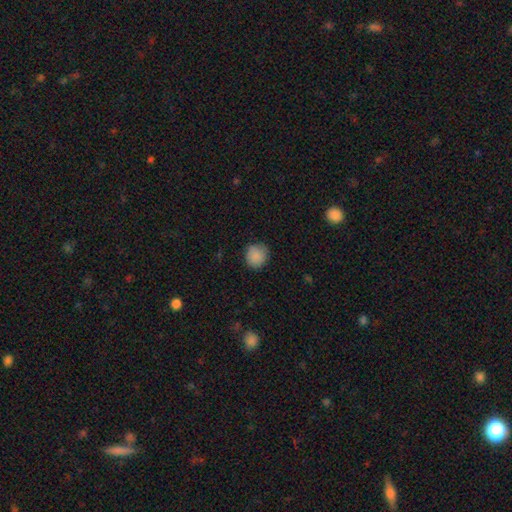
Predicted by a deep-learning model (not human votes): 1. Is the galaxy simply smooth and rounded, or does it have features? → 87% smooth, 9% star or artifact, 4% featured or disk.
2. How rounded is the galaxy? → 88% round, 11% in between, 1% cigar-shaped.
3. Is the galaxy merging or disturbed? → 82% none, 14% minor disturbance, 3% major disturbance, 1% merger.